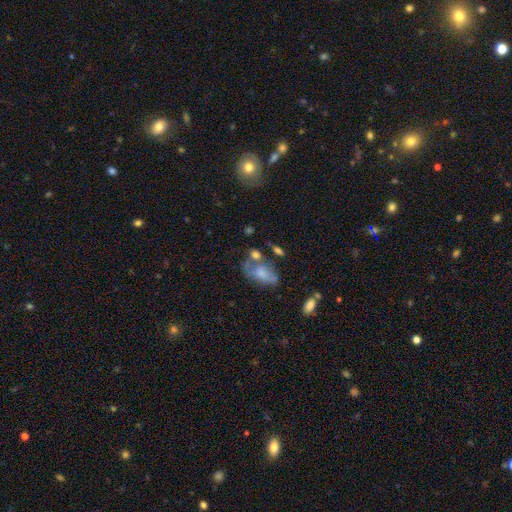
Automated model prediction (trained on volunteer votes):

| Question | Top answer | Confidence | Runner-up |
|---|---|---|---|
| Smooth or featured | smooth | 56% | featured or disk (33%) |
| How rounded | in between | 81% | round (15%) |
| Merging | none | 34% | merger (22%) |